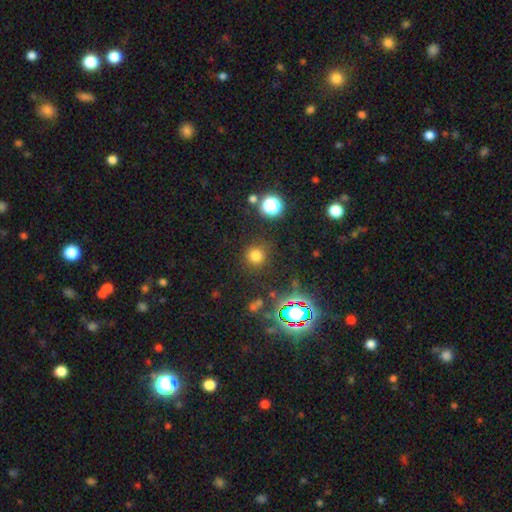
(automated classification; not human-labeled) smooth_or_featured: smooth (p=0.74) [alt: star or artifact p=0.21]
how_rounded: round (p=0.94) [alt: in between p=0.05]
merging: none (p=0.85) [alt: minor disturbance p=0.08]